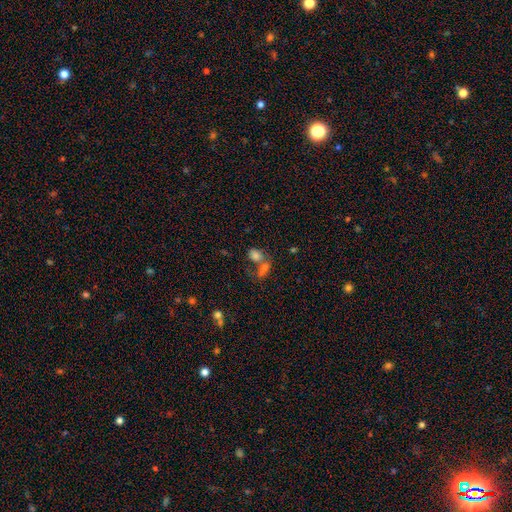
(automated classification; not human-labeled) smooth_or_featured: smooth (p=0.74) [alt: featured or disk p=0.13]
how_rounded: in between (p=0.69) [alt: round p=0.29]
merging: merger (p=0.54) [alt: none p=0.29]